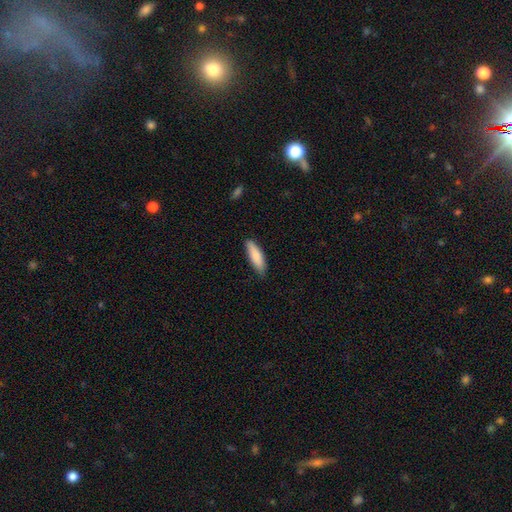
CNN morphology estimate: smooth_or_featured: smooth (p=0.84) [alt: featured or disk p=0.11]
how_rounded: cigar-shaped (p=0.58) [alt: in between p=0.40]
merging: none (p=0.83) [alt: minor disturbance p=0.14]